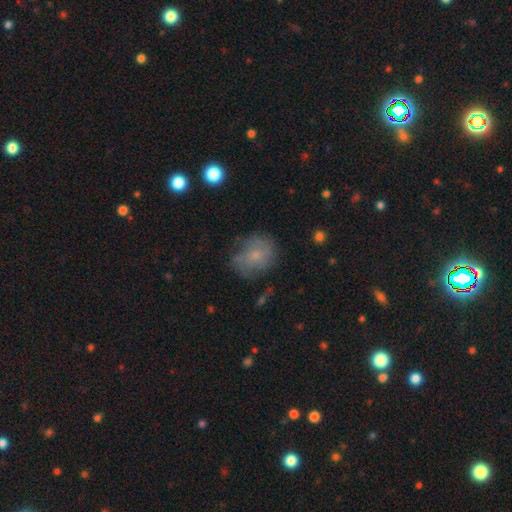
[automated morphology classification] This is possibly a smooth galaxy (57%). How rounded: likely round (64%). Merging: possibly none (60%).